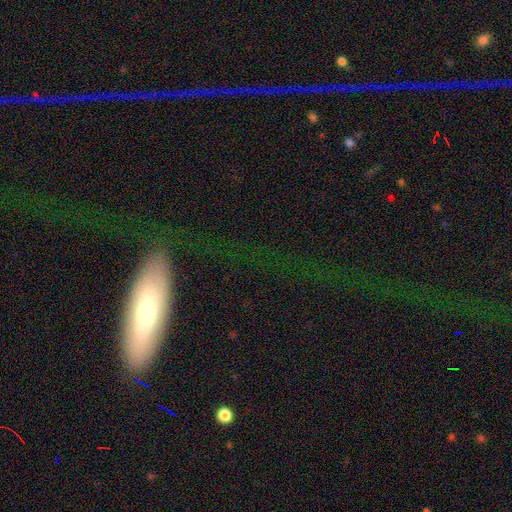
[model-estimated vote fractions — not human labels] This appears to be a smooth galaxy with no disk features (46%). Merging: none (76%).